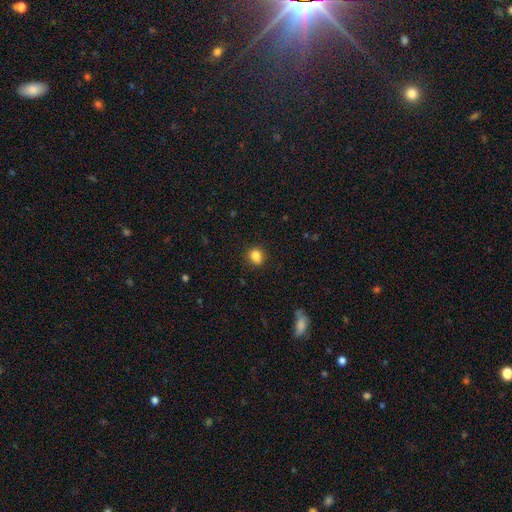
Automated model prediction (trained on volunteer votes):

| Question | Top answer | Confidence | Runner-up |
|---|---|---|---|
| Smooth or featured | smooth | 84% | star or artifact (11%) |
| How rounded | round | 70% | in between (29%) |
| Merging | none | 83% | minor disturbance (13%) |